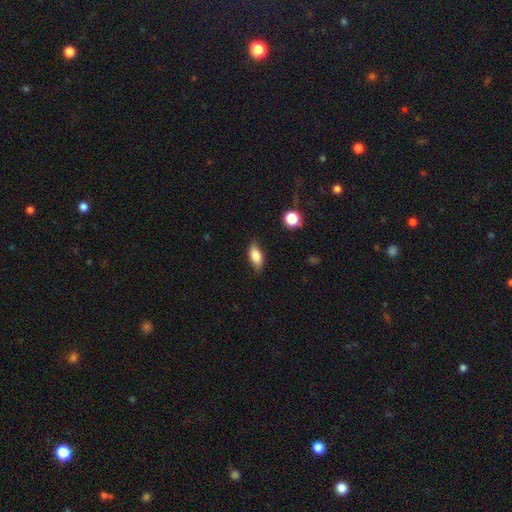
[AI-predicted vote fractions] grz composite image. It shows a smooth galaxy with no disk features (82%) that is in between round and cigar-shaped (84%). Merging: none (79%).